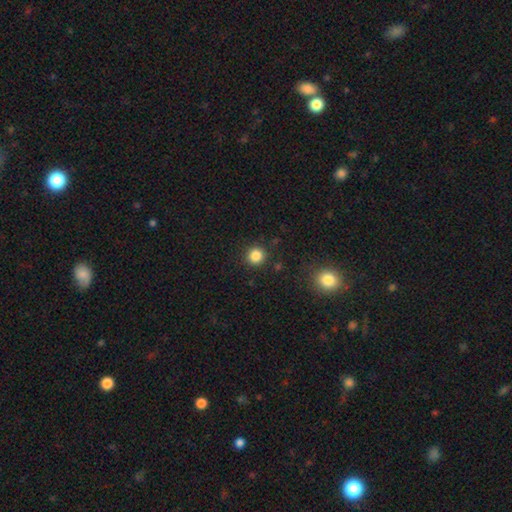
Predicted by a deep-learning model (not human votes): A smooth galaxy with no disk features (85%) that is round (92%).

Vote fractions:
- Smooth or featured? smooth: 85% / star or artifact: 12% / featured or disk: 4%
- How rounded? round: 92% / in between: 7% / cigar-shaped: 1%
- Merging? none: 89% / minor disturbance: 6% / major disturbance: 3% / merger: 2%